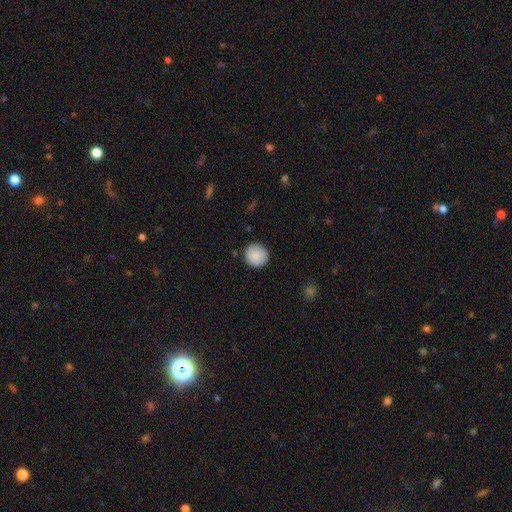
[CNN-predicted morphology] smooth-or-featured: smooth: 87% | star or artifact: 7% | featured or disk: 6%
  how-rounded: round: 92% | in between: 7% | cigar-shaped: 1%
  merging: none: 86% | minor disturbance: 11% | major disturbance: 2% | merger: 1%